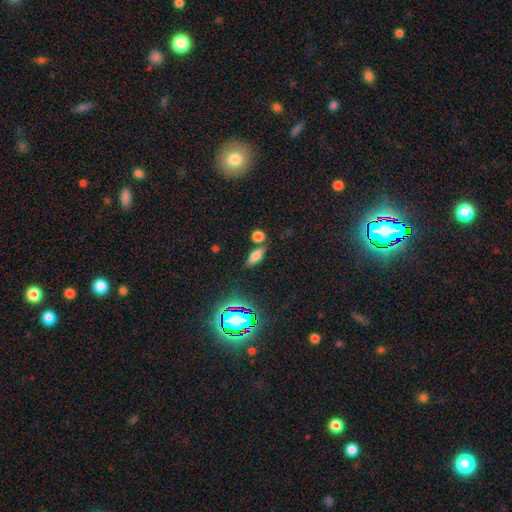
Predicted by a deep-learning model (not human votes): Q: Smooth or featured?
A: smooth (69%); runner-up: star or artifact (17%)
Q: How rounded?
A: in between (70%); runner-up: cigar-shaped (22%)
Q: Merging?
A: none (69%); runner-up: merger (15%)